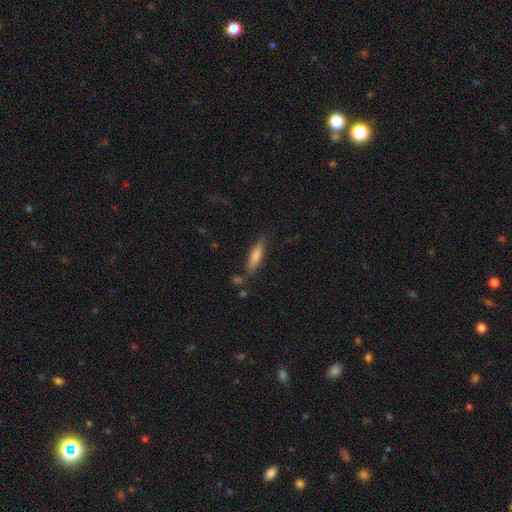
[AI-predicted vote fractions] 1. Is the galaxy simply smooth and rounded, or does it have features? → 72% smooth, 21% featured or disk, 7% star or artifact.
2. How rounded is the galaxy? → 73% cigar-shaped, 25% in between, 2% round.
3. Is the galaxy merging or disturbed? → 77% none, 14% minor disturbance, 5% merger, 3% major disturbance.